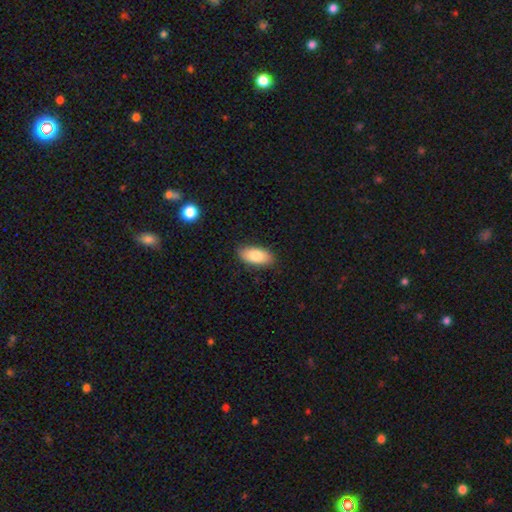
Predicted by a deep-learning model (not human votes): Smooth or featured: smooth — 82% (featured or disk — 11%)
How rounded: in between — 91% (cigar-shaped — 6%)
Merging: none — 87% (minor disturbance — 10%)